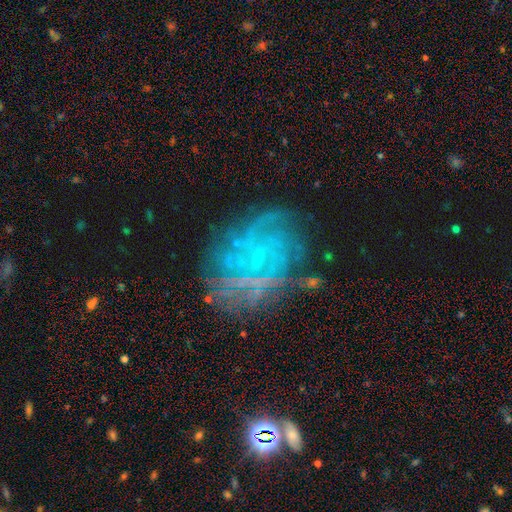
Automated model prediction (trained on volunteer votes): Smooth or featured?
  - featured or disk: 55% *
  - star or artifact: 27%
  - smooth: 18%
Edge-on disk?
  - no: 96% *
  - yes: 4%
Bar?
  - no: 66% *
  - weak: 25%
  - strong: 9%
Spiral arms?
  - yes: 69% *
  - no: 31%
Bulge size?
  - small: 54% *
  - none: 36%
  - moderate: 8%
  - large: 1%
  - dominant: 1%
Merging?
  - none: 70% *
  - minor disturbance: 16%
  - major disturbance: 12%
  - merger: 3%